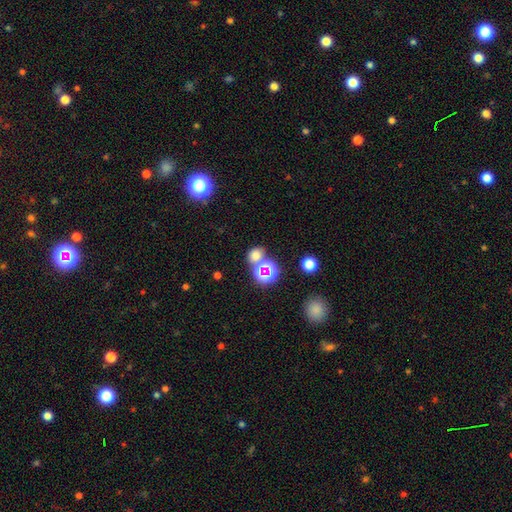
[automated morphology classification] A smooth galaxy with no disk features (61%) that is round (65%). Merging: none (63%).